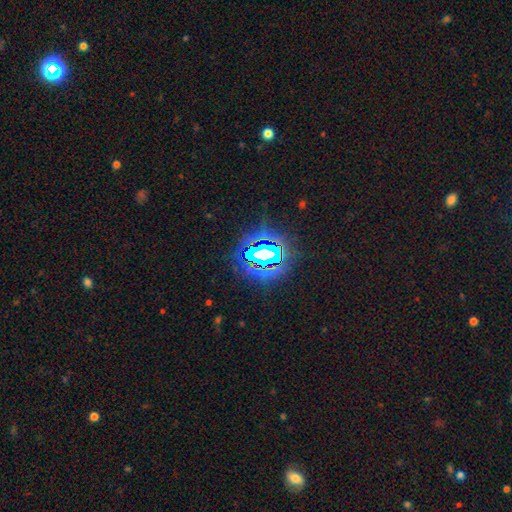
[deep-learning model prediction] Smooth or featured? Predicted: star or artifact (p=0.84).